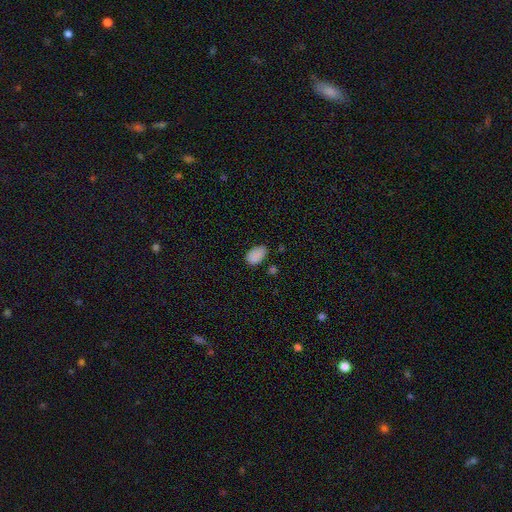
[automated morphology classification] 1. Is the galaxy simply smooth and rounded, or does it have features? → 86% smooth, 10% star or artifact, 4% featured or disk.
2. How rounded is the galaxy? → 92% in between, 7% round, 1% cigar-shaped.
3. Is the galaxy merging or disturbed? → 67% none, 25% minor disturbance, 5% major disturbance, 4% merger.